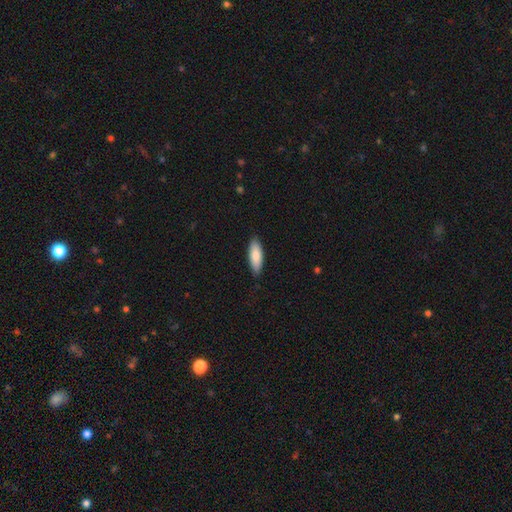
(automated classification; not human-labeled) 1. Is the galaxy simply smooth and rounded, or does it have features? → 84% smooth, 11% featured or disk, 5% star or artifact.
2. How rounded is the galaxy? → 63% in between, 36% cigar-shaped, 2% round.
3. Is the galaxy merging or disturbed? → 85% none, 12% minor disturbance, 2% major disturbance, 1% merger.